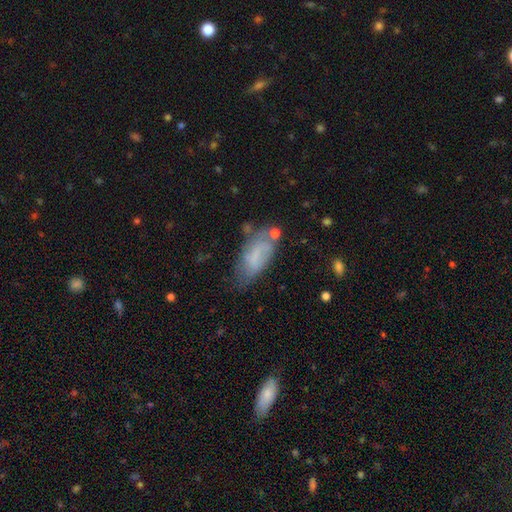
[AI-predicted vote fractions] Smooth or featured? Predicted: smooth (p=0.58). How rounded? Predicted: in between (p=0.82). Merging? Predicted: none (p=0.50).